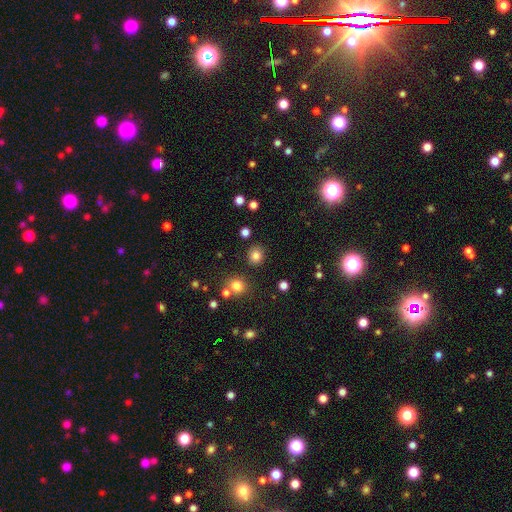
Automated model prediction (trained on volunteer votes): Smooth or featured? smooth (82%)
How rounded? round (84%)
Merging? none (86%)